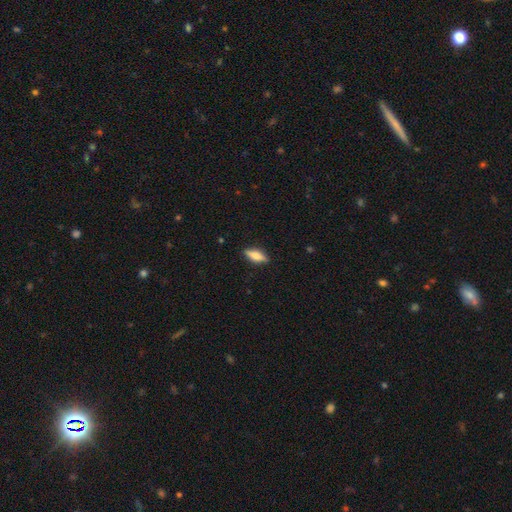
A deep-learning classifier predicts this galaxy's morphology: Smooth or featured? Predicted: smooth (p=0.54). How rounded? Predicted: in between (p=0.53). Merging? Predicted: none (p=0.87).